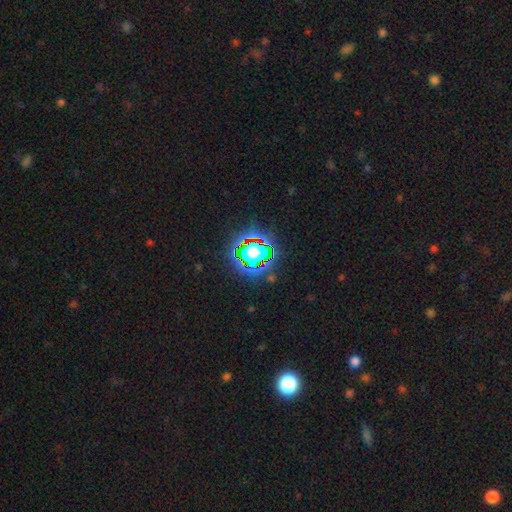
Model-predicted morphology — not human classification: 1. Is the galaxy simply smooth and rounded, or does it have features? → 62% star or artifact, 24% smooth, 14% featured or disk.